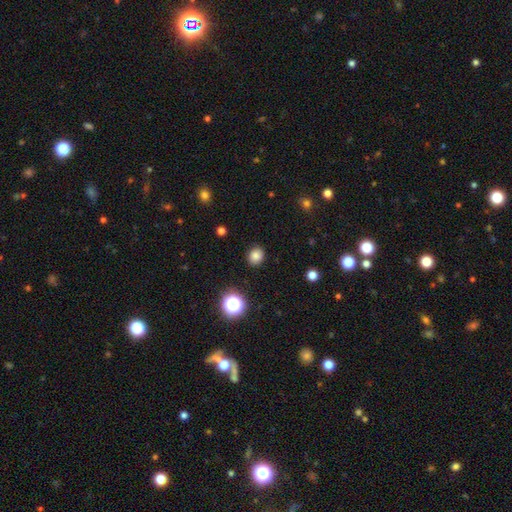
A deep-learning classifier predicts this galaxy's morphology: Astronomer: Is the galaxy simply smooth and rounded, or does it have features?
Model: smooth — 83%.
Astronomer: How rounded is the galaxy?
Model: round — 67%.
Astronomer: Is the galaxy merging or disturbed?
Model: none — 89%.